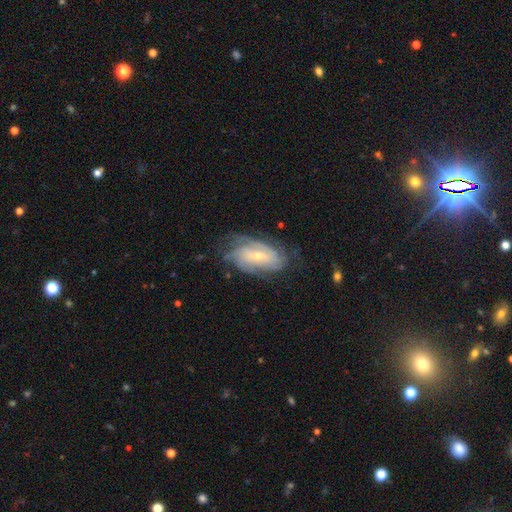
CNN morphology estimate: Overall: featured or disk (78%). Edge-on disk: no (95%). Bar: no (53%; weak 36%). Spiral arms: yes (92%). Spiral arm count: can't tell (43%; 2 18%). Spiral winding: tight (63%; medium 28%). Bulge size: small (67%; moderate 28%). Merging: none (69%).